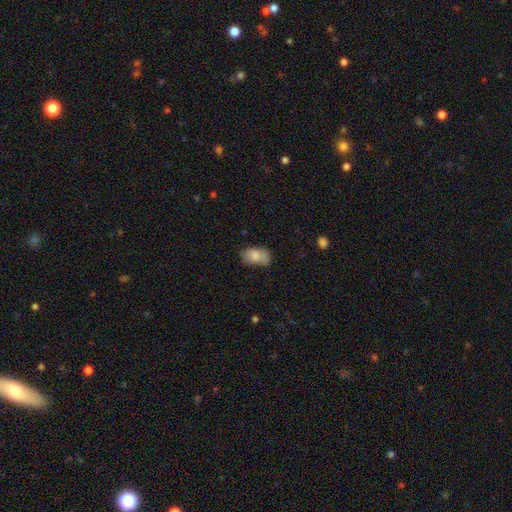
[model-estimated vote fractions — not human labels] A smooth galaxy with no disk features (78%) that is in between round and cigar-shaped (90%).

Vote fractions:
- Smooth or featured? smooth: 78% / featured or disk: 15% / star or artifact: 8%
- How rounded? in between: 90% / round: 8% / cigar-shaped: 2%
- Merging? none: 51% / minor disturbance: 33% / major disturbance: 10% / merger: 6%